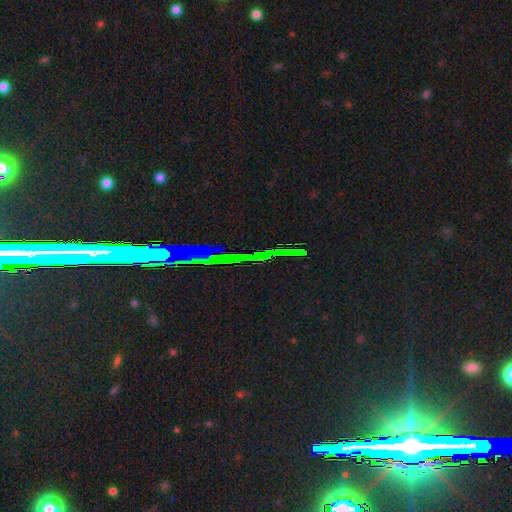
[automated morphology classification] type=star or artifact (82%).